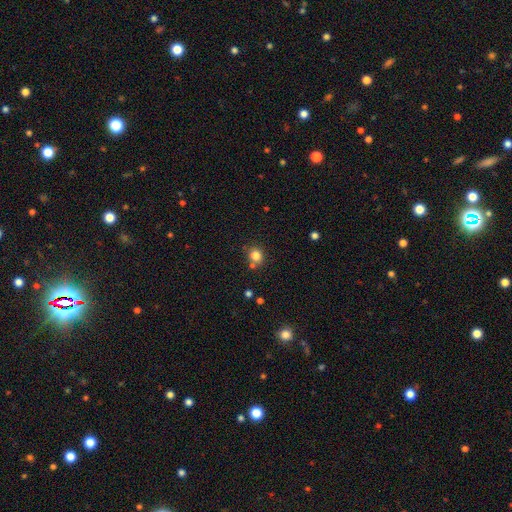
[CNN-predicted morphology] A smooth galaxy with no disk features (81%) that is round (80%).

Vote fractions:
- Smooth or featured? smooth: 81% / star or artifact: 13% / featured or disk: 6%
- How rounded? round: 80% / in between: 19% / cigar-shaped: 1%
- Merging? none: 71% / merger: 14% / minor disturbance: 11% / major disturbance: 3%